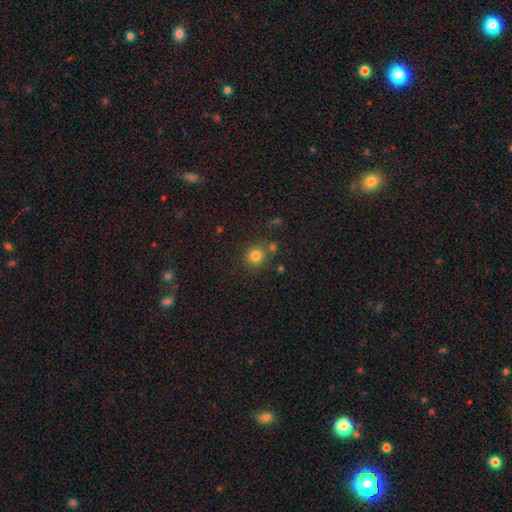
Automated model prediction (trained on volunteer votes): Morphology: type=smooth (80%); roundness=round (88%); merging=none (75%).